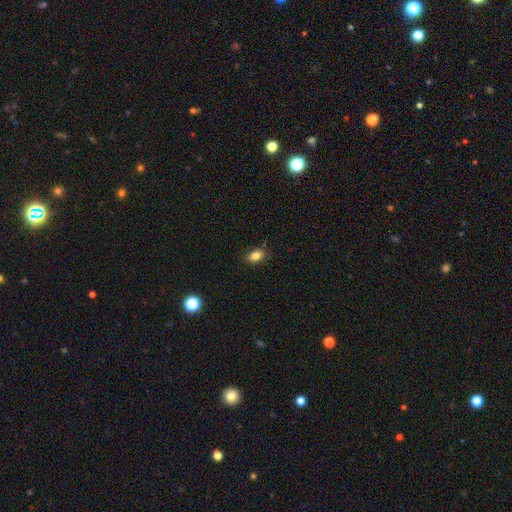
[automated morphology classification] Smooth or featured?
  - smooth: 83% *
  - star or artifact: 9%
  - featured or disk: 8%
How rounded?
  - in between: 86% *
  - round: 11%
  - cigar-shaped: 3%
Merging?
  - none: 82% *
  - minor disturbance: 14%
  - major disturbance: 2%
  - merger: 2%